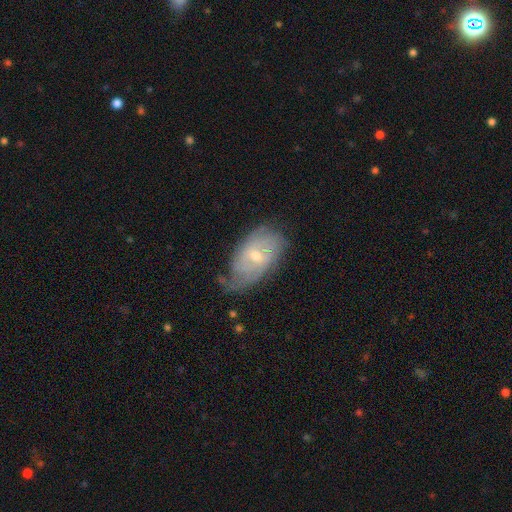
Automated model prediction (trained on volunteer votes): A featured or disk galaxy (71%) with a weak bar (47%), tight (57%) spiral arms (86%) and a small central bulge (53%).

Vote fractions:
- Smooth or featured? featured or disk: 71% / smooth: 23% / star or artifact: 7%
- Edge-on disk? no: 94% / yes: 6%
- Bar? weak: 47% / no: 45% / strong: 8%
- Spiral arms? yes: 86% / no: 14%
- Spiral winding? tight: 57% / medium: 31% / loose: 12%
- Spiral arm count? can't tell: 49% / 2: 27% / 3: 9% / 1: 7% / 4: 5% / more than 4: 3%
- Bulge size? small: 53% / moderate: 44% / large: 1% / none: 1% / dominant: 1%
- Merging? none: 53% / minor disturbance: 32% / major disturbance: 13% / merger: 2%